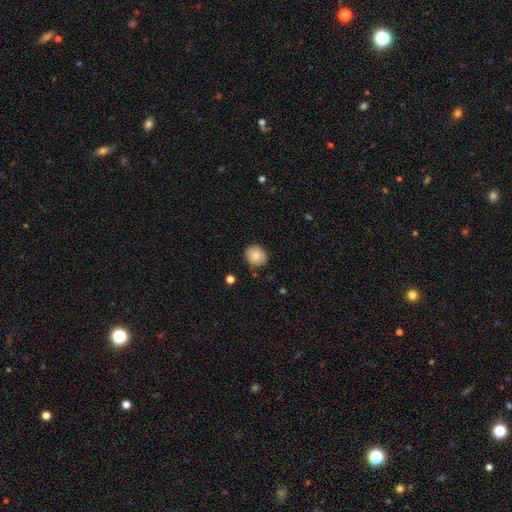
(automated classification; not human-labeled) smooth-or-featured: smooth: 81% | featured or disk: 11% | star or artifact: 8%
  how-rounded: round: 70% | in between: 29% | cigar-shaped: 1%
  merging: none: 83% | minor disturbance: 12% | major disturbance: 2% | merger: 2%